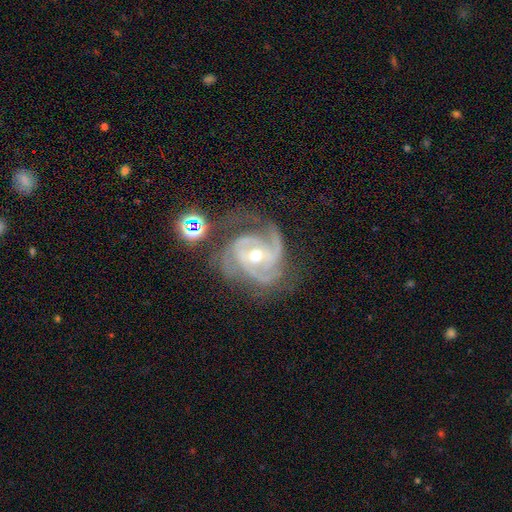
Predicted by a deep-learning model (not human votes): Q: Smooth or featured?
A: featured or disk (91%); runner-up: star or artifact (6%)
Q: Edge-on disk?
A: no (98%); runner-up: yes (2%)
Q: Bar?
A: no (53%); runner-up: weak (32%)
Q: Spiral arms?
A: yes (98%); runner-up: no (2%)
Q: Spiral winding?
A: tight (48%); runner-up: medium (43%)
Q: Spiral arm count?
A: 3 (52%); runner-up: 2 (19%)
Q: Bulge size?
A: moderate (61%); runner-up: small (35%)
Q: Merging?
A: none (54%); runner-up: minor disturbance (22%)